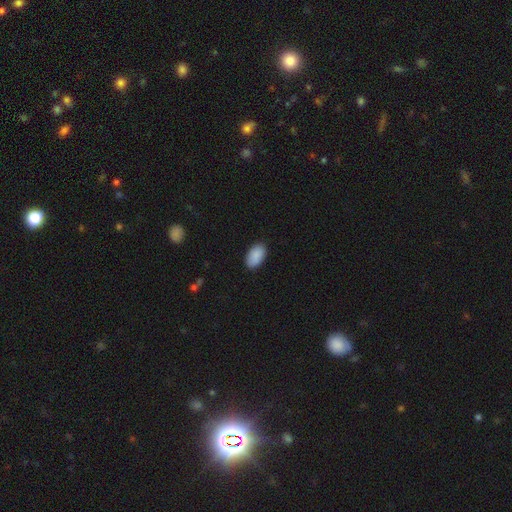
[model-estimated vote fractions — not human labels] smooth 90%, star or artifact 6%, featured or disk 4%. Down the decision tree: how rounded — in between (95%); merging — none (87%).